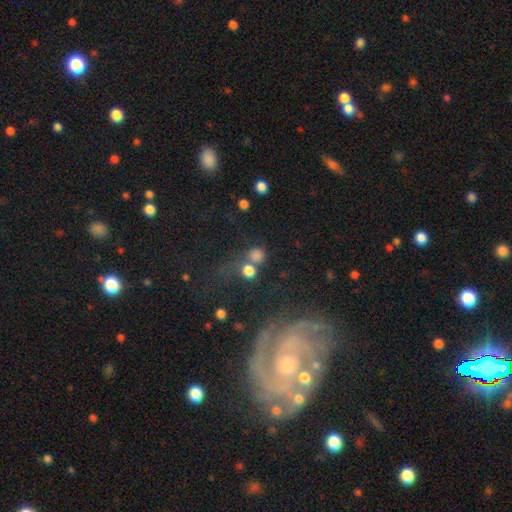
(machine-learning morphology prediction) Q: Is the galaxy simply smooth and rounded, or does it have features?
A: smooth — 73%.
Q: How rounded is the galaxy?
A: round — 87%.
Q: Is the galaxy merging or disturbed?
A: none — 60%.